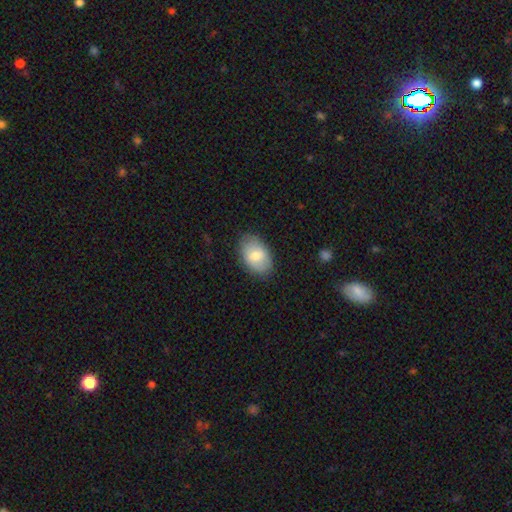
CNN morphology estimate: smooth-or-featured: smooth: 75% | featured or disk: 18% | star or artifact: 7%
  how-rounded: in between: 89% | round: 10% | cigar-shaped: 1%
  merging: none: 83% | minor disturbance: 13% | major disturbance: 3% | merger: 1%